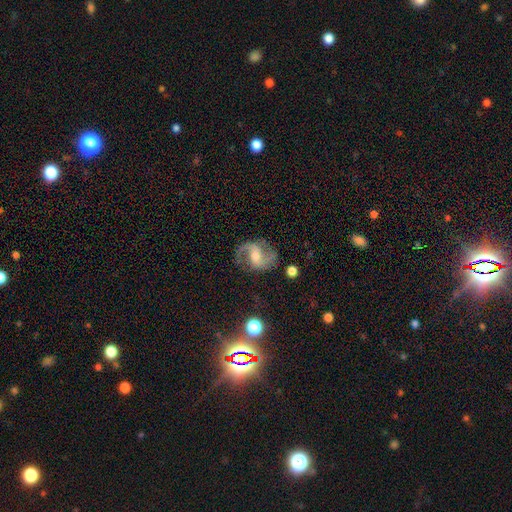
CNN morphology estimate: This is clearly a featured or disk galaxy (88%). It is clearly not viewed edge-on (98%). Bar: marginally weak (45%). Spiral arm pattern: clearly yes (97%). Spiral arm count: clearly 2 (91%). Spiral winding: possibly medium (50%). Central bulge: possibly moderate (53%). Merging: likely none (76%).